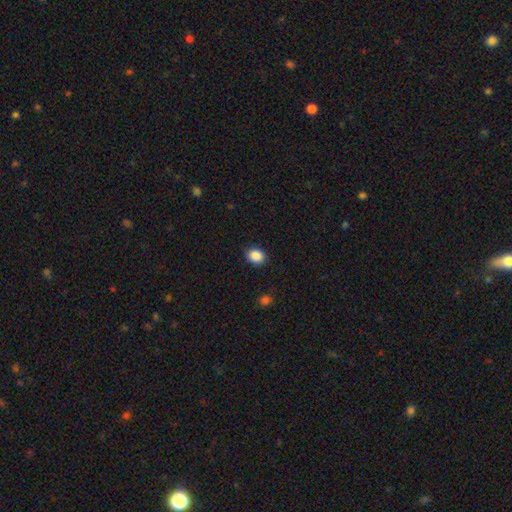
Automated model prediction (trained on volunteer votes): smooth 88%, star or artifact 9%, featured or disk 3%. Down the decision tree: how rounded — round (50%); merging — none (89%).